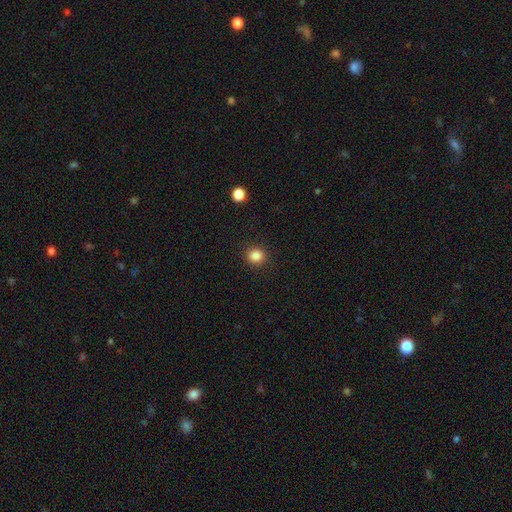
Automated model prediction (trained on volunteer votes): A smooth galaxy with no disk features (85%) that is round (84%).

Vote fractions:
- Smooth or featured? smooth: 85% / star or artifact: 11% / featured or disk: 4%
- How rounded? round: 84% / in between: 15% / cigar-shaped: 1%
- Merging? none: 90% / minor disturbance: 6% / major disturbance: 2% / merger: 1%